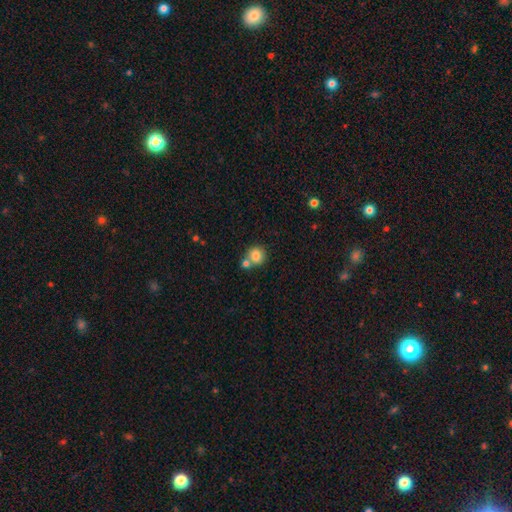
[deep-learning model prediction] Overall: smooth (82%). How rounded: round (86%). Merging: none (54%; merger 34%).